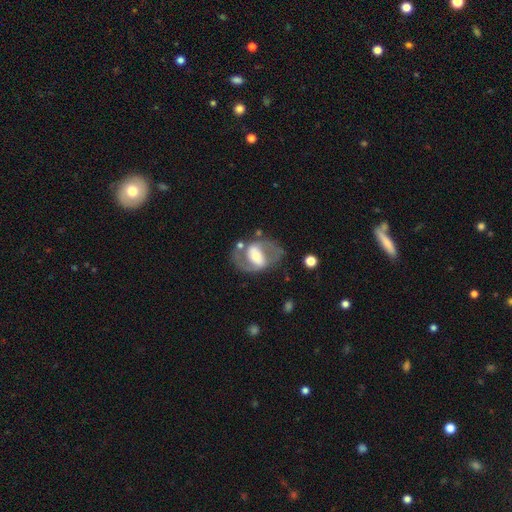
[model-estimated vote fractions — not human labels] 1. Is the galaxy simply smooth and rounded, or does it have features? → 74% featured or disk, 21% smooth, 6% star or artifact.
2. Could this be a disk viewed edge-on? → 95% no, 5% yes.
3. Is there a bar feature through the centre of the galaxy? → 39% strong, 33% weak, 28% no.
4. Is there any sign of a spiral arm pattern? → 69% yes, 31% no.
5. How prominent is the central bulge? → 53% moderate, 25% small, 18% large, 2% dominant, 2% none.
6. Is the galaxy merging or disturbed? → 62% none, 17% minor disturbance, 16% major disturbance, 5% merger.